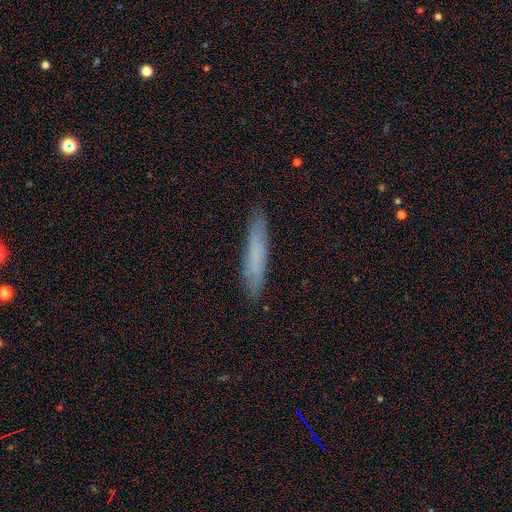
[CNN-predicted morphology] smooth_or_featured: smooth (p=0.62) [alt: featured or disk p=0.30]
how_rounded: cigar-shaped (p=0.89) [alt: in between p=0.09]
merging: none (p=0.85) [alt: minor disturbance p=0.11]